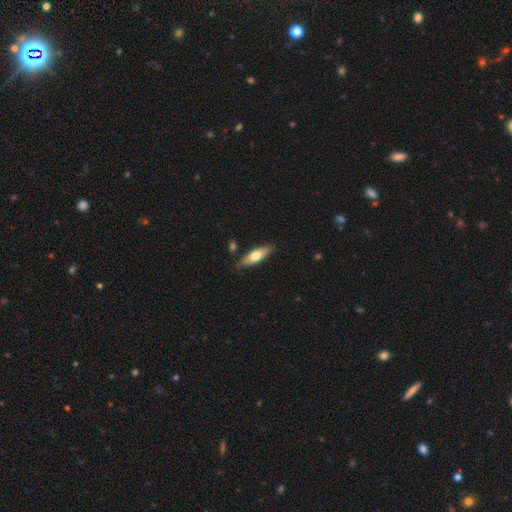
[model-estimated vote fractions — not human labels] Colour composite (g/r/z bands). It shows a smooth galaxy with no disk features (57%) that is cigar-shaped (55%). Merging: none (83%).